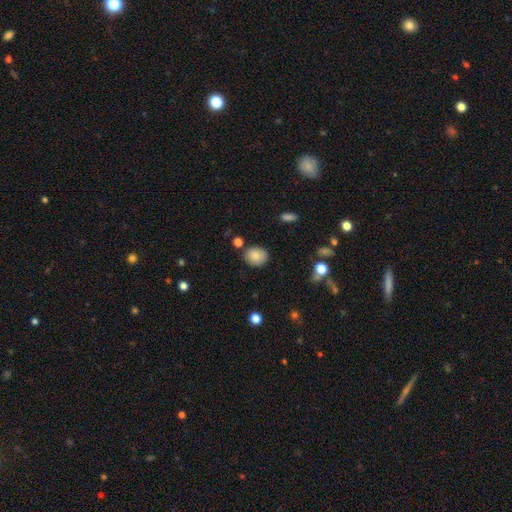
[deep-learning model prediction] A smooth galaxy with no disk features (83%) that is round (62%). Merging: none (83%).